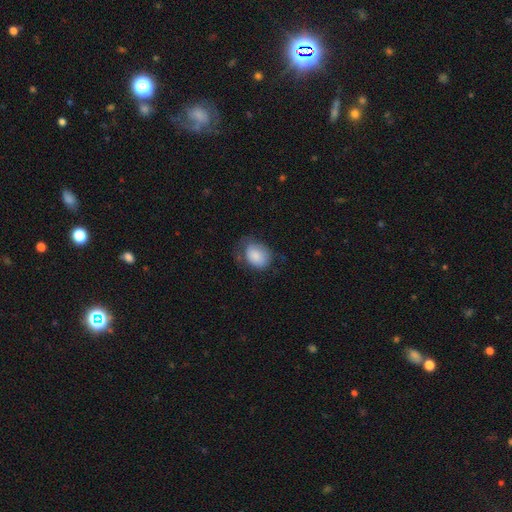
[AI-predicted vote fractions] smooth-or-featured: smooth: 80% | featured or disk: 13% | star or artifact: 7%
  how-rounded: in between: 67% | round: 33% | cigar-shaped: 1%
  merging: none: 46% | minor disturbance: 32% | major disturbance: 21% | merger: 2%